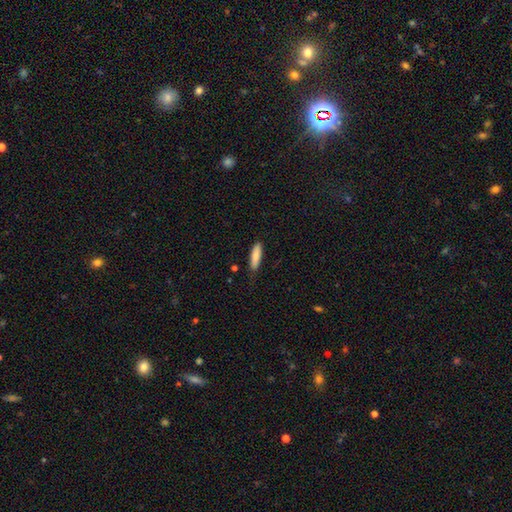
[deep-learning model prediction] A smooth galaxy with no disk features (85%) that is cigar-shaped (65%). Merging: none (80%).